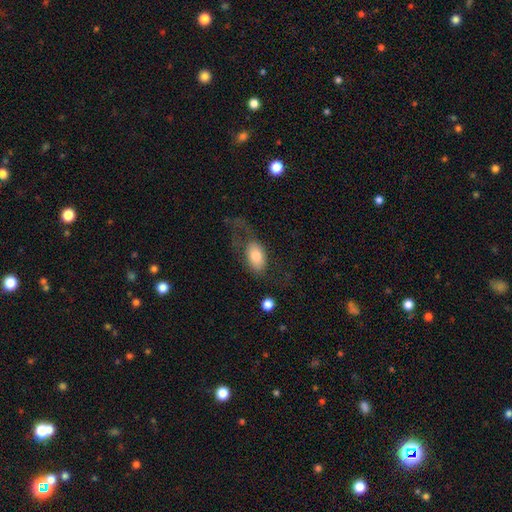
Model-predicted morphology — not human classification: This appears to be a smooth galaxy with no disk features (71%) that is in between round and cigar-shaped (91%). Merging: major disturbance (45%).